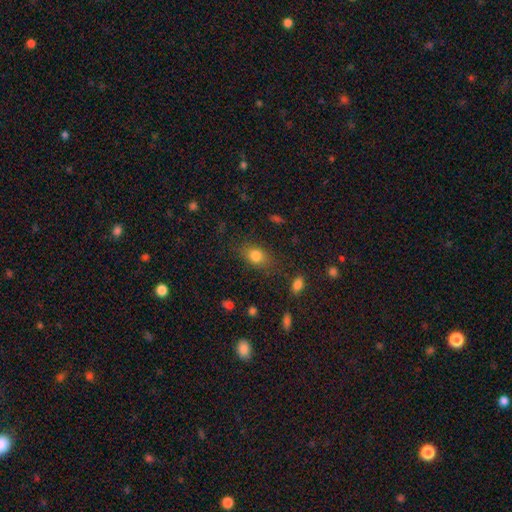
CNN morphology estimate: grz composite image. It shows a smooth galaxy with no disk features (81%) that is in between round and cigar-shaped (68%). Merging: none (77%).